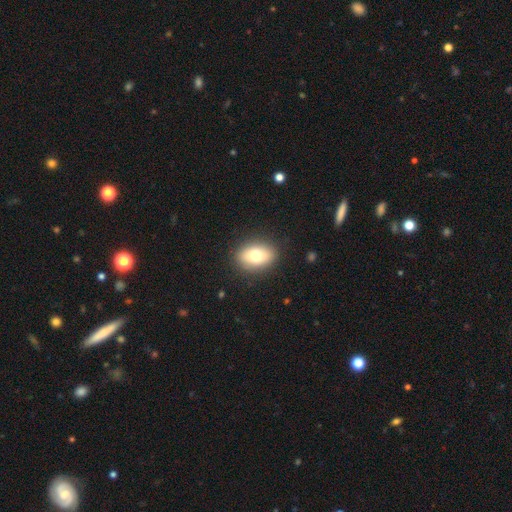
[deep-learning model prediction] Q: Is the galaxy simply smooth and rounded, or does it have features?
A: smooth — 73%.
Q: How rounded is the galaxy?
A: in between — 79%.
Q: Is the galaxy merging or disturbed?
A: none — 88%.